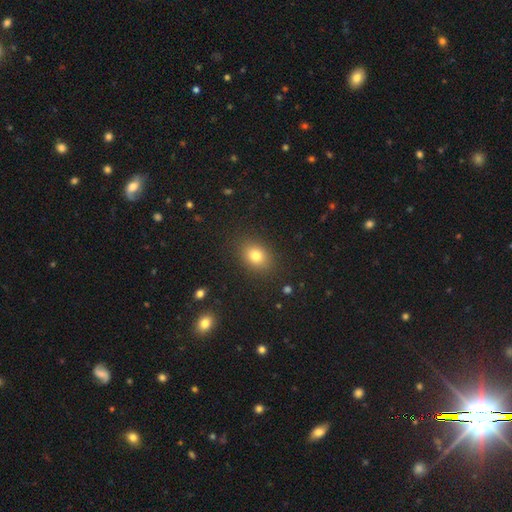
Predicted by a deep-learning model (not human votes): This is likely a smooth galaxy (79%). How rounded: possibly in between (58%). Merging: clearly none (86%).